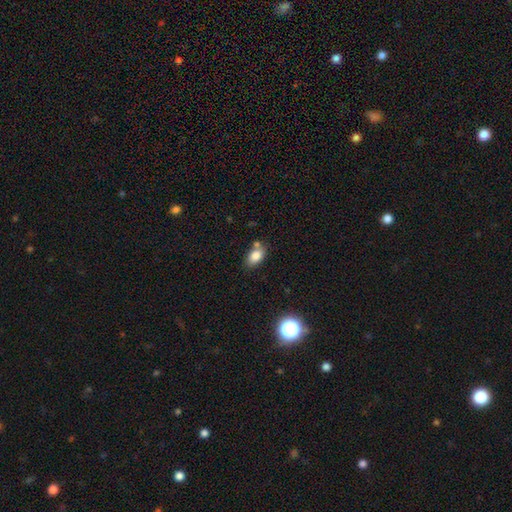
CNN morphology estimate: smooth-or-featured: smooth: 82% | star or artifact: 9% | featured or disk: 9%
  how-rounded: in between: 88% | round: 10% | cigar-shaped: 2%
  merging: none: 62% | merger: 18% | minor disturbance: 16% | major disturbance: 4%